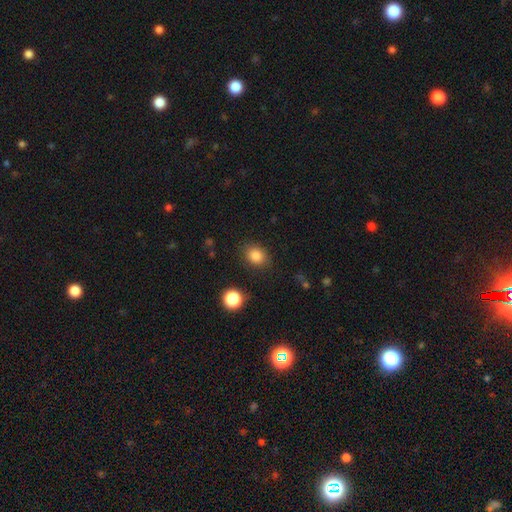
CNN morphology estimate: smooth-or-featured: smooth: 84% | star or artifact: 11% | featured or disk: 5%
  how-rounded: round: 52% | in between: 47% | cigar-shaped: 1%
  merging: none: 84% | minor disturbance: 11% | major disturbance: 3% | merger: 2%